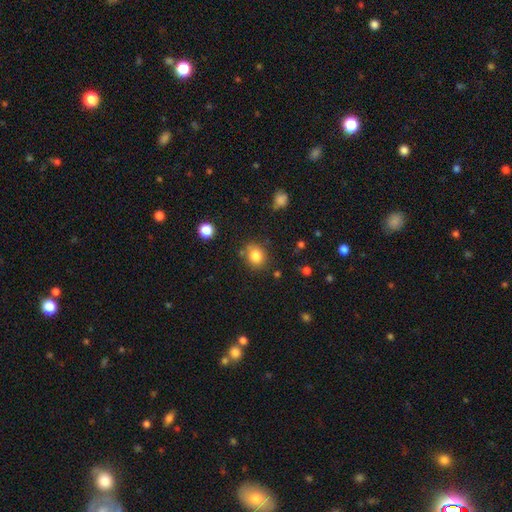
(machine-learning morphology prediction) A smooth galaxy with no disk features (83%) that is round (65%).

Vote fractions:
- Smooth or featured? smooth: 83% / star or artifact: 11% / featured or disk: 6%
- How rounded? round: 65% / in between: 34% / cigar-shaped: 1%
- Merging? none: 75% / minor disturbance: 15% / merger: 6% / major disturbance: 4%